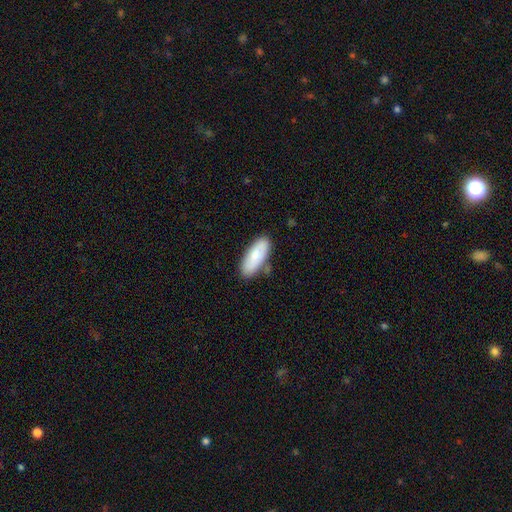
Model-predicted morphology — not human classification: Smooth or featured?
  - smooth: 77% *
  - featured or disk: 18%
  - star or artifact: 6%
How rounded?
  - in between: 74% *
  - cigar-shaped: 24%
  - round: 2%
Merging?
  - none: 79% *
  - minor disturbance: 14%
  - merger: 4%
  - major disturbance: 3%